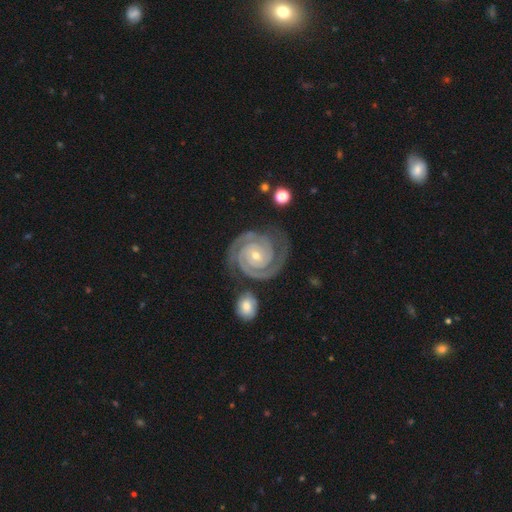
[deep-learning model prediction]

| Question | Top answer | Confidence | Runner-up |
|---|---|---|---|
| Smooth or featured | featured or disk | 94% | star or artifact (4%) |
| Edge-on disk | no | 98% | yes (2%) |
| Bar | no | 69% | weak (20%) |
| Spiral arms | yes | 99% | no (1%) |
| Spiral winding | tight | 85% | medium (14%) |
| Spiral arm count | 2 | 79% | 3 (10%) |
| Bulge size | small | 68% | moderate (28%) |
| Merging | none | 78% | minor disturbance (13%) |